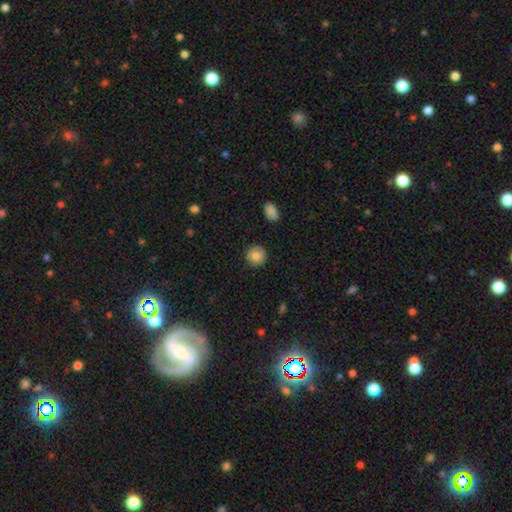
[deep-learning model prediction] Q: Smooth or featured?
A: smooth (83%); runner-up: star or artifact (8%)
Q: How rounded?
A: round (93%); runner-up: in between (6%)
Q: Merging?
A: none (90%); runner-up: minor disturbance (7%)